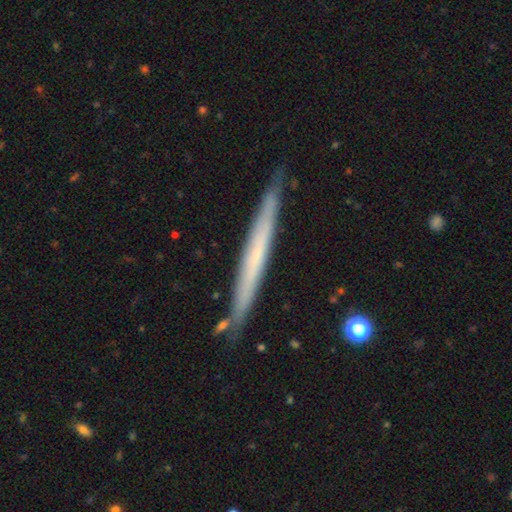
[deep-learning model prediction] Morphology: type=featured or disk (51%); edge-on=yes (96%); merging=none (87%).